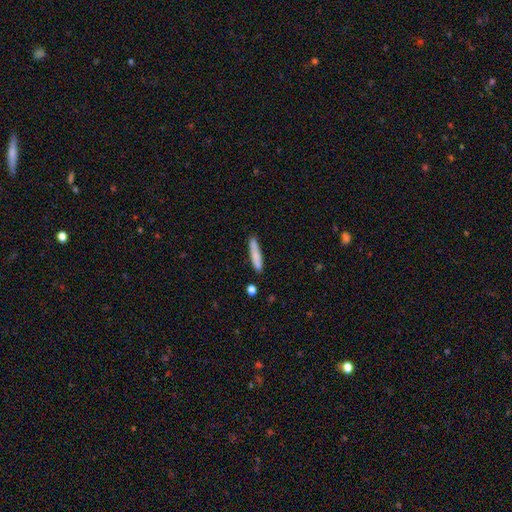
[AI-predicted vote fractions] Smooth or featured? smooth (80%)
How rounded? cigar-shaped (89%)
Merging? none (83%)